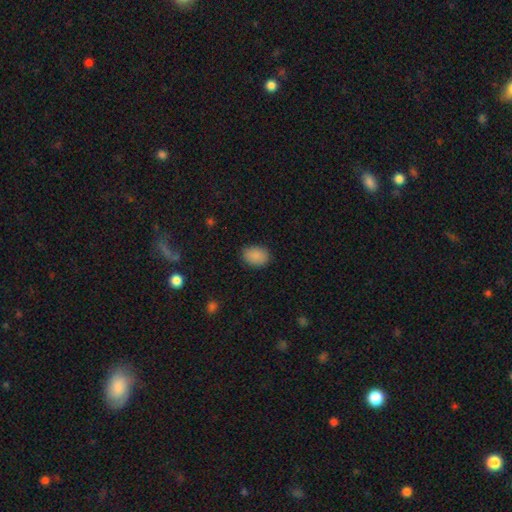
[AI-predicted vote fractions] A smooth galaxy with no disk features (88%) that is in between round and cigar-shaped (72%).

Vote fractions:
- Smooth or featured? smooth: 88% / star or artifact: 8% / featured or disk: 4%
- How rounded? in between: 72% / round: 27% / cigar-shaped: 1%
- Merging? none: 85% / minor disturbance: 12% / major disturbance: 3% / merger: 1%